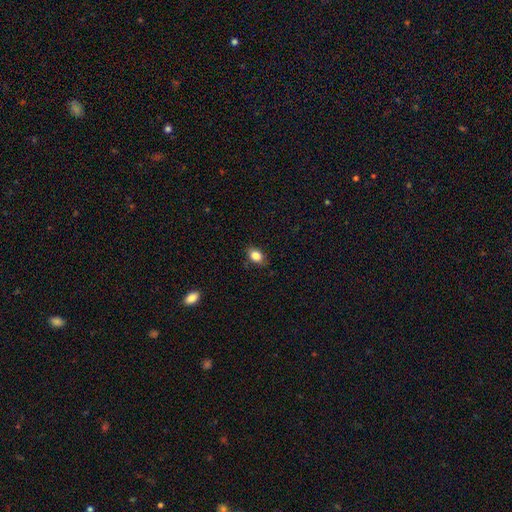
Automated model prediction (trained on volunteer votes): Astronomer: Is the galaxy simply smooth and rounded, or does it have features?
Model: smooth — 84%.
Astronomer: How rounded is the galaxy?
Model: in between — 70%.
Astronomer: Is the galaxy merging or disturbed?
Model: none — 79%.